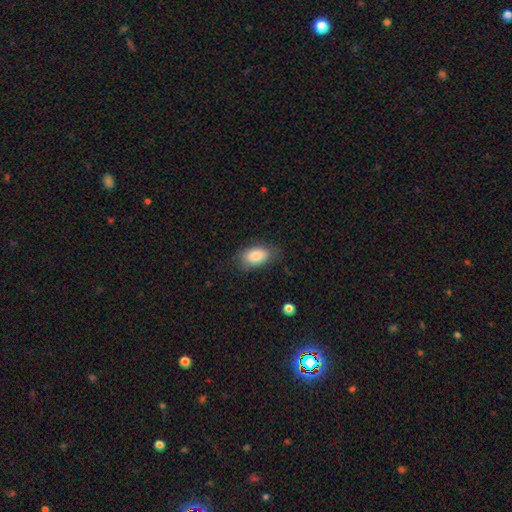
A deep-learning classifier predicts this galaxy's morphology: smooth-or-featured: smooth: 85% | featured or disk: 8% | star or artifact: 7%
  how-rounded: in between: 91% | round: 6% | cigar-shaped: 3%
  merging: none: 75% | minor disturbance: 18% | major disturbance: 5% | merger: 1%